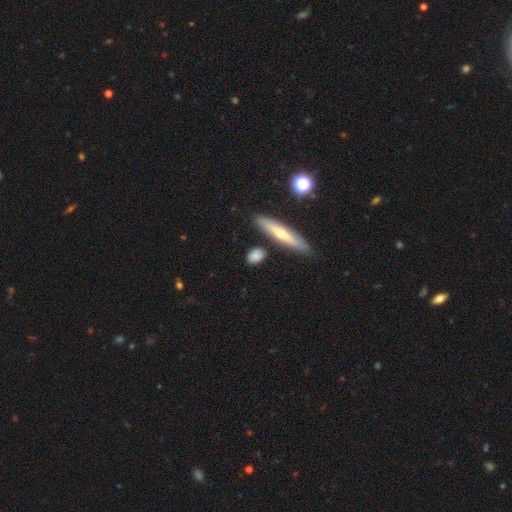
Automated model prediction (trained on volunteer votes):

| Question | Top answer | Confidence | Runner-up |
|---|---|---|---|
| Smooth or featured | smooth | 76% | featured or disk (17%) |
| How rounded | in between | 56% | cigar-shaped (22%) |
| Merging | none | 79% | minor disturbance (12%) |